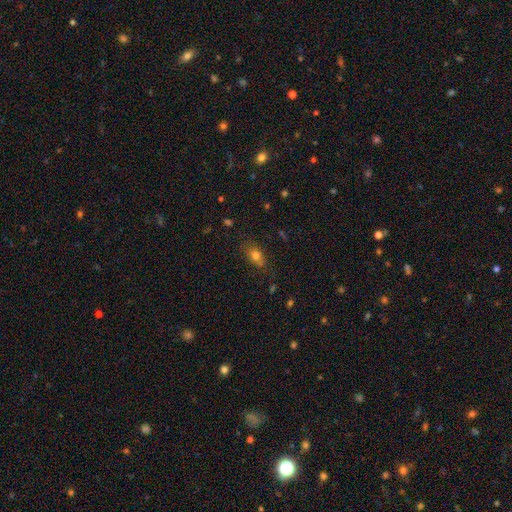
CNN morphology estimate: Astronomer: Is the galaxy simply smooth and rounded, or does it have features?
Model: smooth — 75%.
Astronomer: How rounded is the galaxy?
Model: in between — 74%.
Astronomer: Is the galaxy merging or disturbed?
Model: none — 67%.